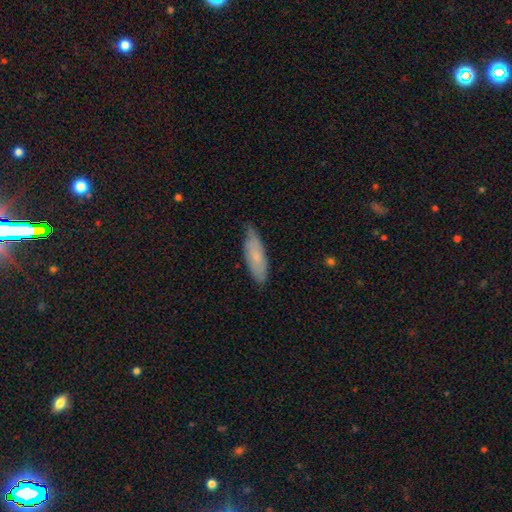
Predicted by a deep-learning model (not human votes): smooth_or_featured: smooth (p=0.74) [alt: featured or disk p=0.20]
how_rounded: cigar-shaped (p=0.50) [alt: in between p=0.49]
merging: none (p=0.74) [alt: minor disturbance p=0.21]